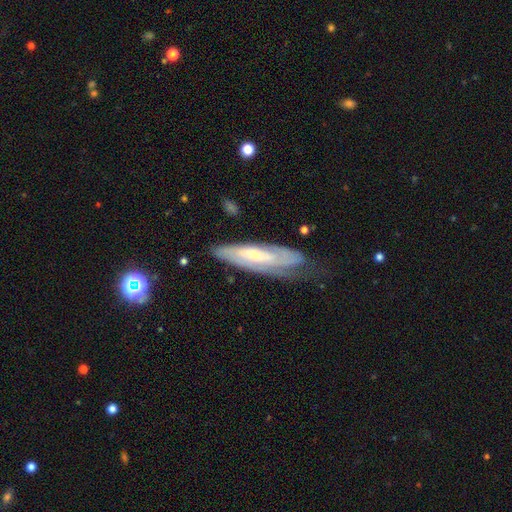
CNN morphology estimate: A featured or disk galaxy (68%) with no bar (55%), spiral arms (88%) and a small central bulge (55%). Merging: none (58%).